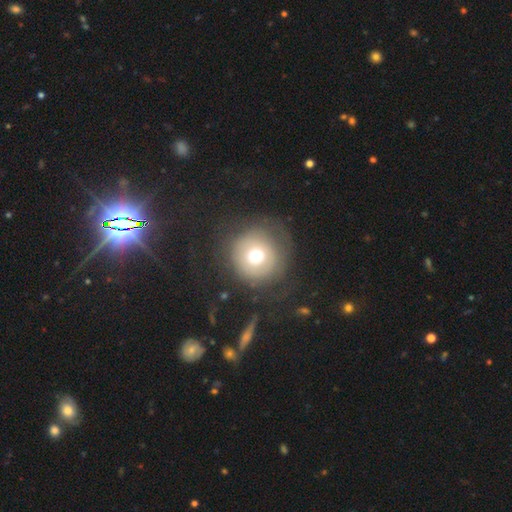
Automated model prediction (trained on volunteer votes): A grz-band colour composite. It shows a smooth galaxy with no disk features (65%) that is round (94%). Merging: none (70%).